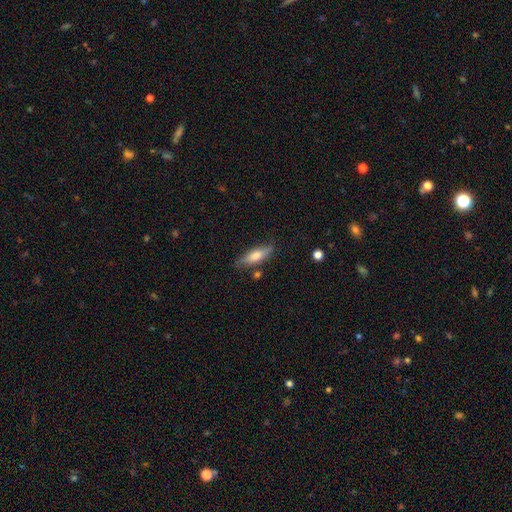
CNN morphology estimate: Smooth or featured: smooth — 64% (featured or disk — 29%)
How rounded: cigar-shaped — 52% (in between — 45%)
Merging: none — 75% (minor disturbance — 17%)